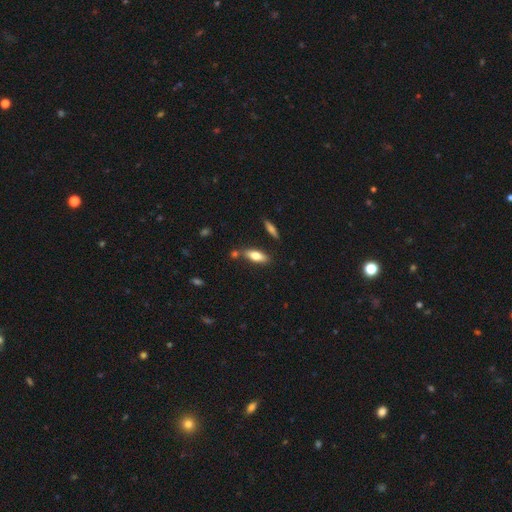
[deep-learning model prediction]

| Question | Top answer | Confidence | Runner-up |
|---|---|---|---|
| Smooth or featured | smooth | 69% | featured or disk (24%) |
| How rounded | in between | 64% | cigar-shaped (33%) |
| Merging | none | 74% | minor disturbance (13%) |